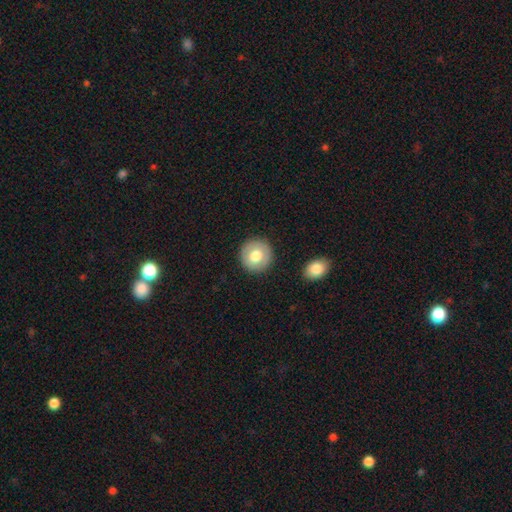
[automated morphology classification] This is likely a smooth galaxy (72%). How rounded: clearly round (93%). Merging: clearly none (90%).